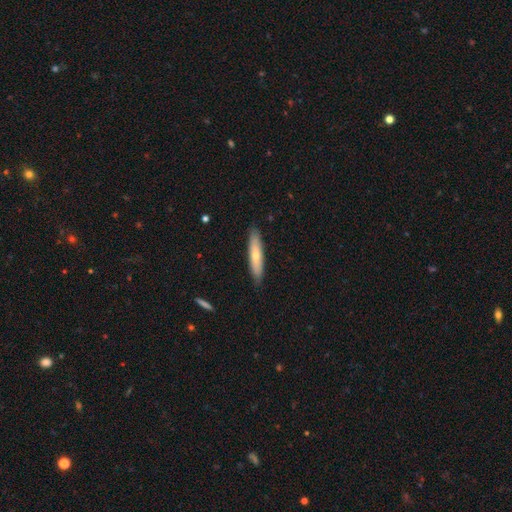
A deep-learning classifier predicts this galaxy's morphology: smooth 60%, featured or disk 35%, star or artifact 6%. Down the decision tree: how rounded — cigar-shaped (83%); merging — none (87%).